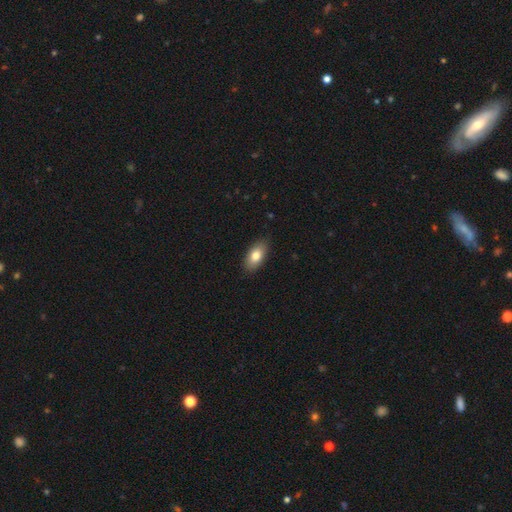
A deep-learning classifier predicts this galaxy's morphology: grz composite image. It shows a smooth galaxy with no disk features (79%) that is in between round and cigar-shaped (91%). Merging: none (87%).